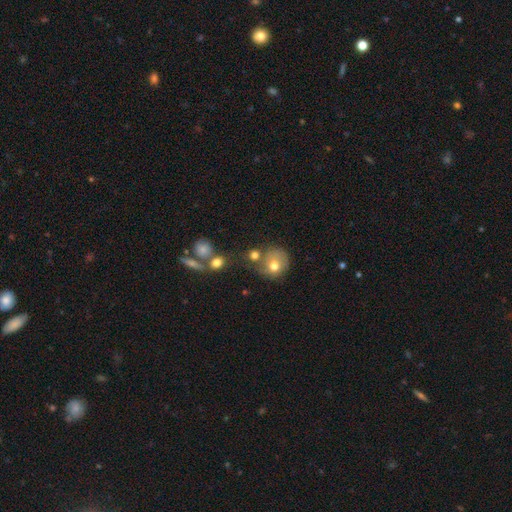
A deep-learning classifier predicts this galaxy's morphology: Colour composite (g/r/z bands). It shows a smooth galaxy with no disk features (56%) that is round (82%). Merging: none (49%).